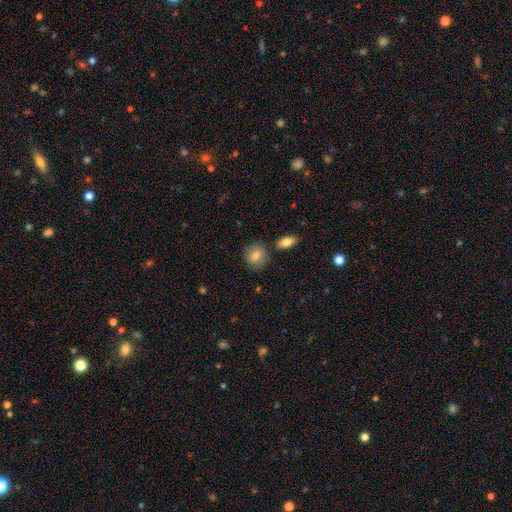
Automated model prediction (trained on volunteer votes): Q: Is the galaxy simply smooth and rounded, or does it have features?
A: smooth — 80%.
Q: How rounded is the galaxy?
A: round — 81%.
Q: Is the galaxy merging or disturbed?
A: none — 80%.